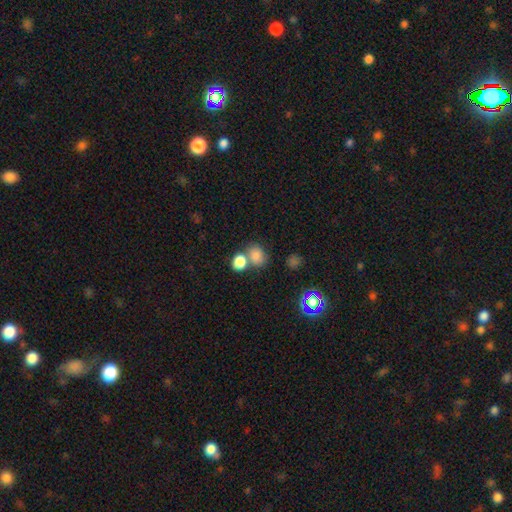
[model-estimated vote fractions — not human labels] Smooth or featured? Predicted: smooth (p=0.78). How rounded? Predicted: round (p=0.61). Merging? Predicted: none (p=0.49).